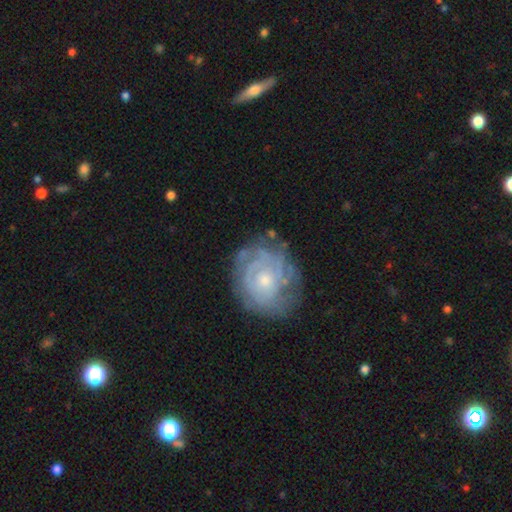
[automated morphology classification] Smooth or featured?
  - featured or disk: 61% *
  - smooth: 23%
  - star or artifact: 16%
Edge-on disk?
  - no: 95% *
  - yes: 5%
Bar?
  - no: 78% *
  - weak: 18%
  - strong: 4%
Spiral arms?
  - yes: 83% *
  - no: 17%
Bulge size?
  - small: 62% *
  - moderate: 34%
  - large: 2%
  - none: 2%
  - dominant: 1%
Merging?
  - none: 79% *
  - minor disturbance: 14%
  - major disturbance: 5%
  - merger: 1%